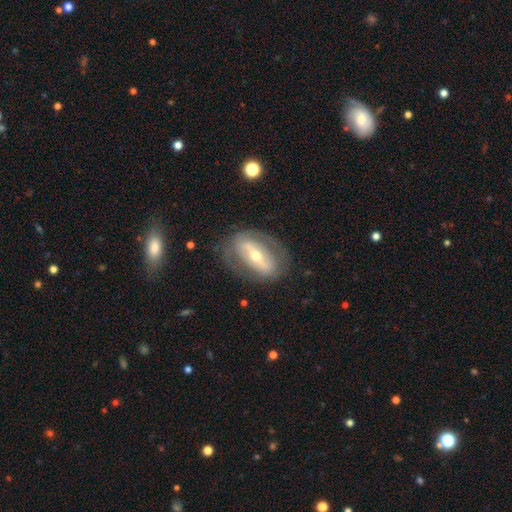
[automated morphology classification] This is likely a featured or disk galaxy (71%). It is clearly not viewed edge-on (84%). Bar: likely strong (62%). Spiral arm pattern: possibly no (56%). Central bulge: possibly moderate (54%). Merging: likely none (73%).